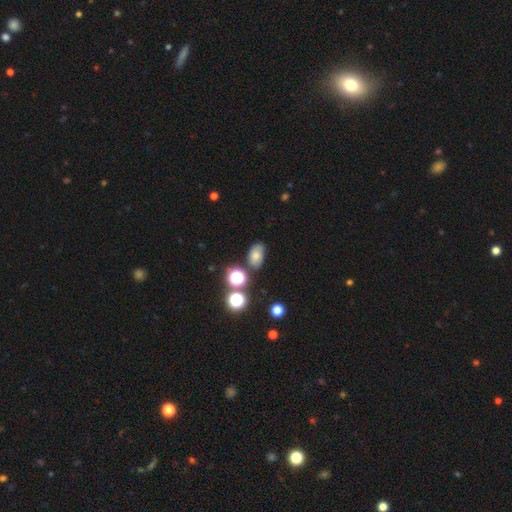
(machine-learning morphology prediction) smooth-or-featured: smooth: 66% | star or artifact: 19% | featured or disk: 15%
  how-rounded: in between: 81% | round: 18% | cigar-shaped: 1%
  merging: none: 64% | minor disturbance: 22% | merger: 7% | major disturbance: 7%